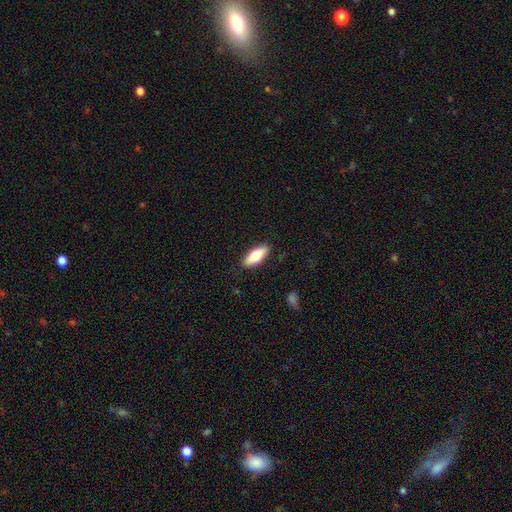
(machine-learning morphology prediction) The model was most divided on "how rounded": in between: 69%, cigar-shaped: 29%, round: 2%. More confident: merging — none (87%); smooth or featured — smooth (68%).